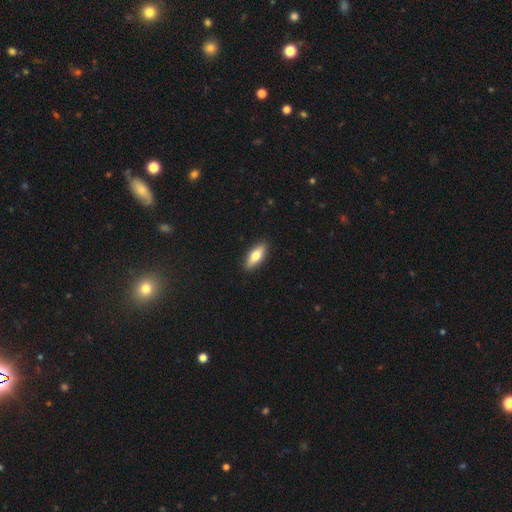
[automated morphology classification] smooth 66%, featured or disk 28%, star or artifact 6%. Down the decision tree: how rounded — in between (67%); merging — none (90%).